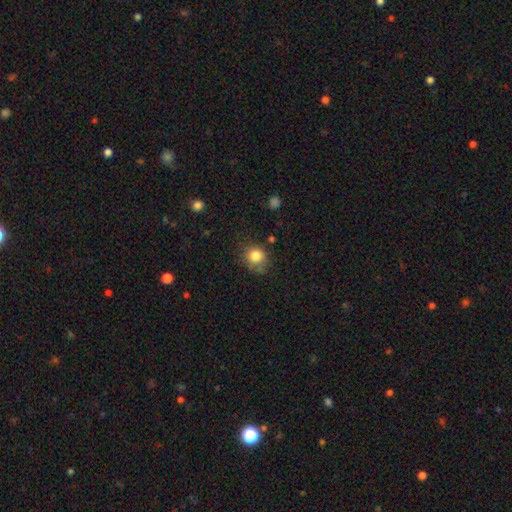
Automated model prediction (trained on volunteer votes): This appears to be a smooth galaxy with no disk features (83%) that is round (79%). Merging: none (68%).